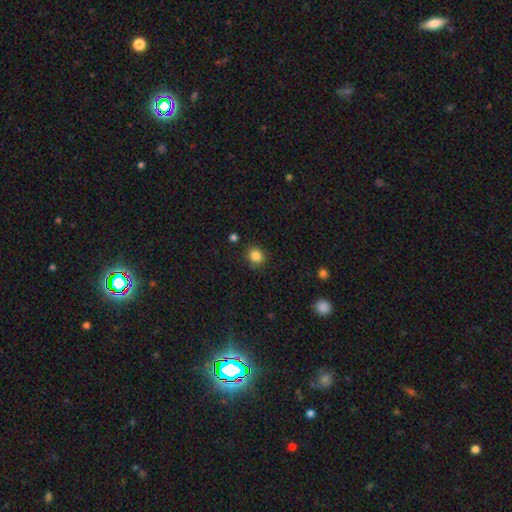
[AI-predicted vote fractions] This appears to be a smooth galaxy with no disk features (85%) that is round (82%). Merging: none (86%).